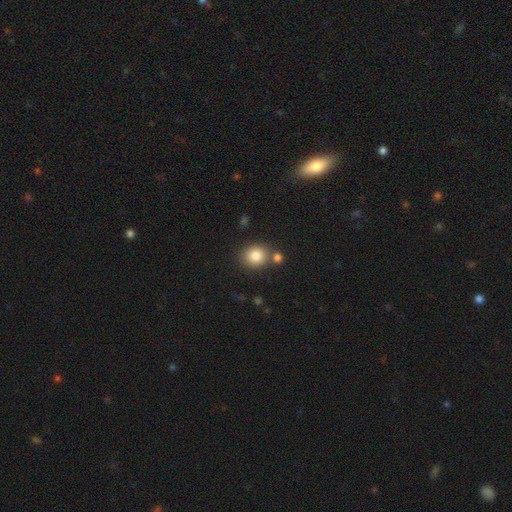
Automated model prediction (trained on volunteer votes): Q: Smooth or featured?
A: smooth (84%); runner-up: star or artifact (9%)
Q: How rounded?
A: round (78%); runner-up: in between (21%)
Q: Merging?
A: none (70%); runner-up: merger (17%)